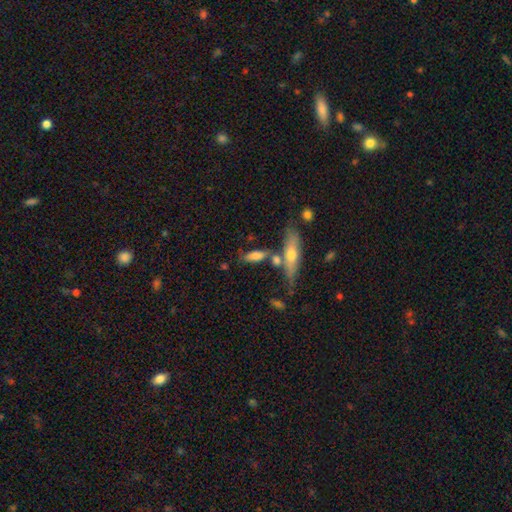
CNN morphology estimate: smooth 69%, featured or disk 23%, star or artifact 8%. Down the decision tree: how rounded — in between (54%); merging — none (51%).